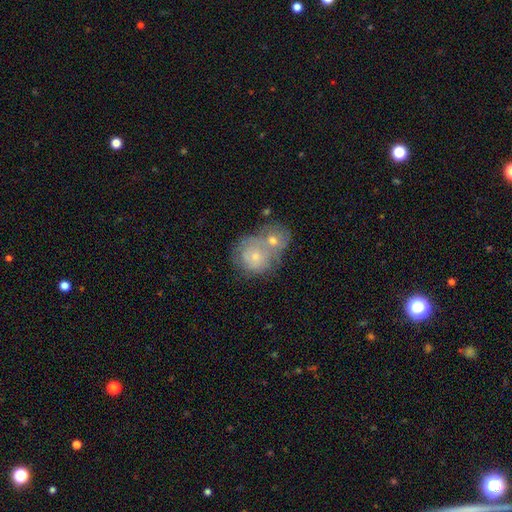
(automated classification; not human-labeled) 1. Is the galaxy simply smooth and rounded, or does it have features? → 49% smooth, 41% featured or disk, 9% star or artifact.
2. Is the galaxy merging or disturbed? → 64% merger, 23% none, 9% minor disturbance, 5% major disturbance.